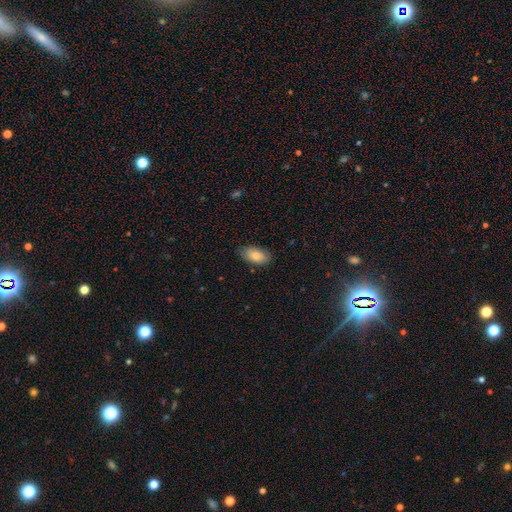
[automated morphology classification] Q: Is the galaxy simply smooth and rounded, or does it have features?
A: smooth — 78%.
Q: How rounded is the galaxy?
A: in between — 94%.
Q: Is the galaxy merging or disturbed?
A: none — 80%.